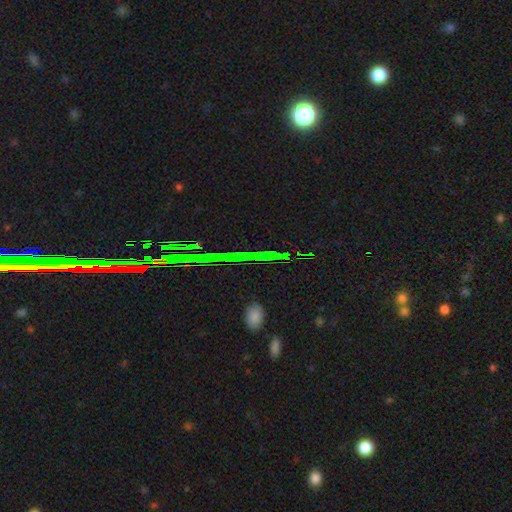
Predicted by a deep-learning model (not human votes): Morphology: type=star or artifact (77%).